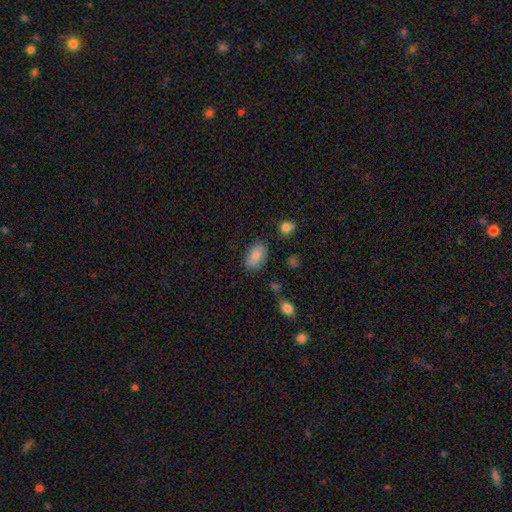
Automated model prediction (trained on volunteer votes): Q: Smooth or featured?
A: smooth (84%); runner-up: featured or disk (8%)
Q: How rounded?
A: in between (91%); runner-up: round (7%)
Q: Merging?
A: none (79%); runner-up: minor disturbance (15%)